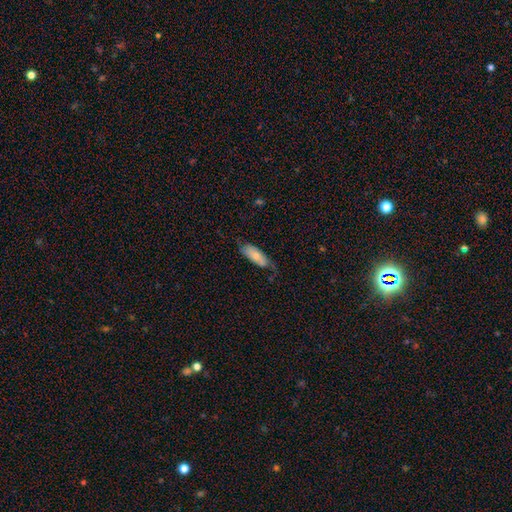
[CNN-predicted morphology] smooth 70%, featured or disk 24%, star or artifact 6%. Down the decision tree: how rounded — in between (75%); merging — none (55%).